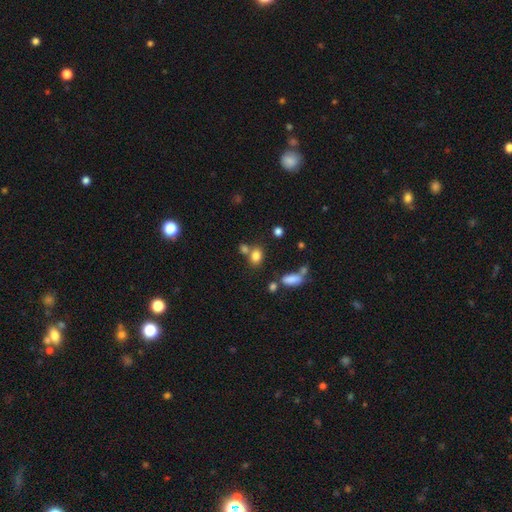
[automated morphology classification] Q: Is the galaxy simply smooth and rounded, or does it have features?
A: smooth — 80%.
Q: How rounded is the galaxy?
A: in between — 61%.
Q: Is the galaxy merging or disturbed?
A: none — 57%.